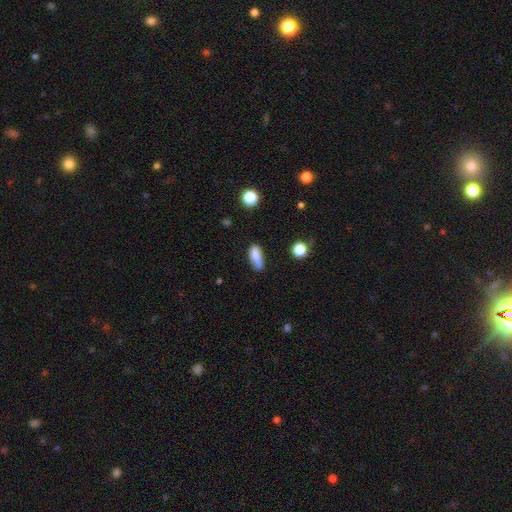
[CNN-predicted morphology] A smooth galaxy with no disk features (83%) that is in between round and cigar-shaped (65%). Merging: none (64%).